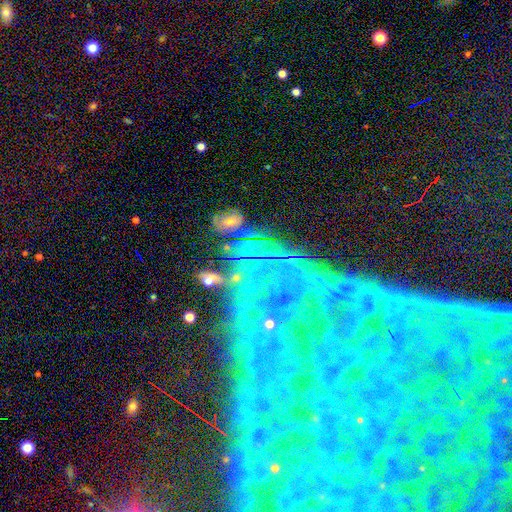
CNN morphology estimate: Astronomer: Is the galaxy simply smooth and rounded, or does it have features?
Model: star or artifact — 52% (runner-up: featured or disk, 28%).